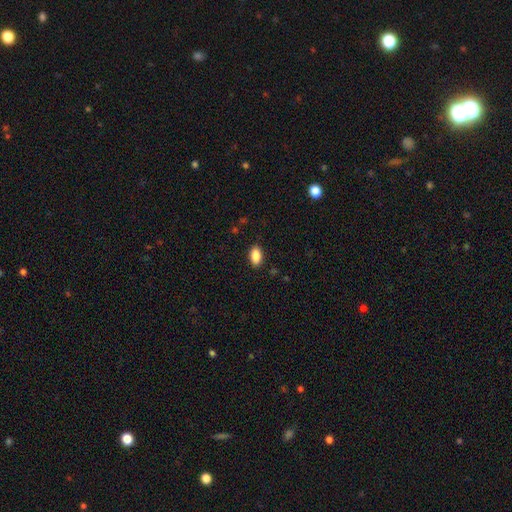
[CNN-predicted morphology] A smooth galaxy with no disk features (88%) that is in between round and cigar-shaped (92%). Merging: none (88%).